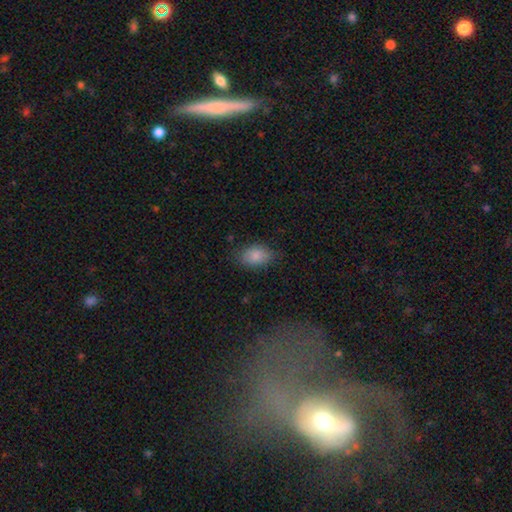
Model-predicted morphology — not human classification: This is clearly a smooth galaxy (86%). How rounded: clearly in between (84%). Merging: likely none (77%).